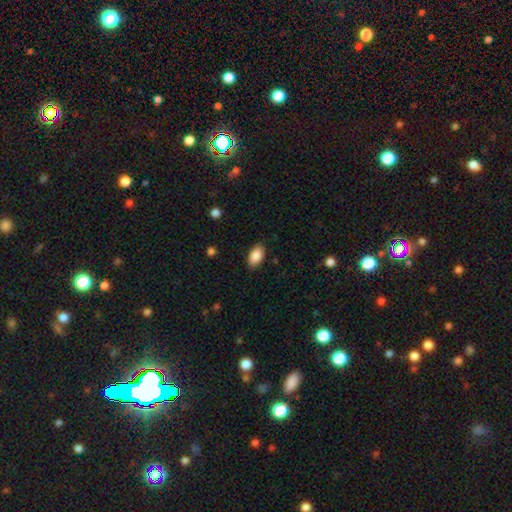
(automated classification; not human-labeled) Smooth or featured? smooth (88%)
How rounded? in between (94%)
Merging? none (87%)